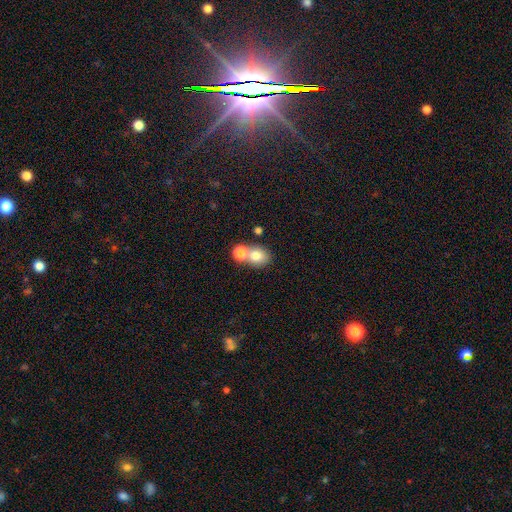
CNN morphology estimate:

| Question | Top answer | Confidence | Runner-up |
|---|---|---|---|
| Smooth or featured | smooth | 77% | featured or disk (12%) |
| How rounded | round | 66% | in between (33%) |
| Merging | merger | 49% | none (41%) |